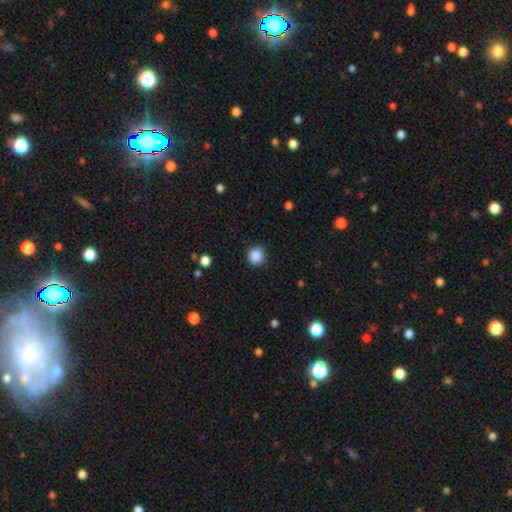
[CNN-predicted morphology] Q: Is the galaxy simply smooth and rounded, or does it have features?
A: smooth — 87%.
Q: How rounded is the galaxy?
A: round — 89%.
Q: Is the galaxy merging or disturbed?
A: none — 88%.